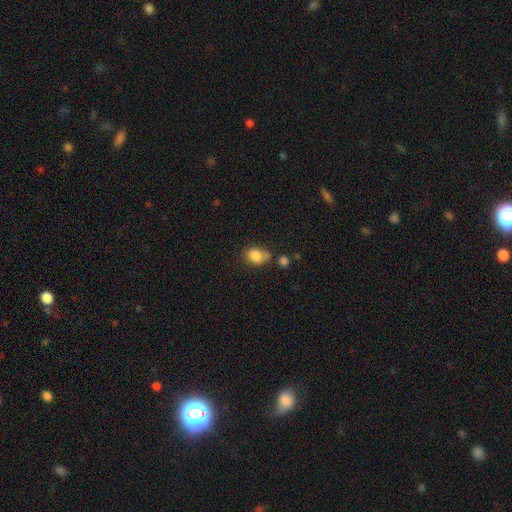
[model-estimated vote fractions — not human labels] The model was most divided on "merging": none: 47%, merger: 24%, minor disturbance: 21%, major disturbance: 8%. More confident: smooth or featured — smooth (83%); how rounded — in between (66%).